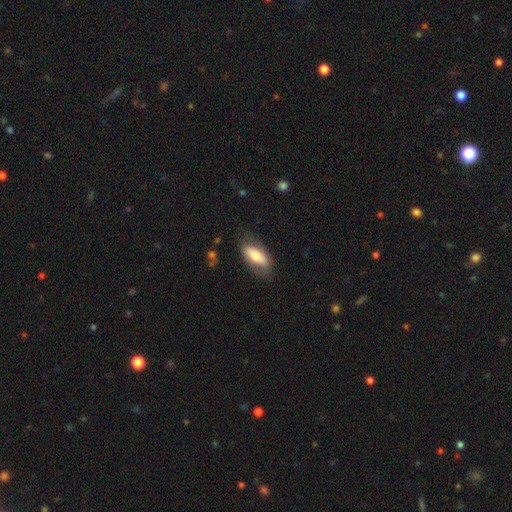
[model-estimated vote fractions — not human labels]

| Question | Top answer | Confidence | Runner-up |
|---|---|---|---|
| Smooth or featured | smooth | 66% | featured or disk (28%) |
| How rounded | in between | 78% | cigar-shaped (19%) |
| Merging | none | 72% | minor disturbance (19%) |